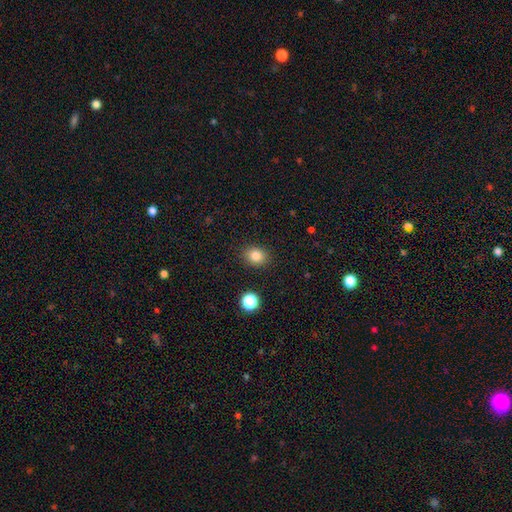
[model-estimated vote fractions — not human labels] smooth_or_featured: smooth (p=0.83) [alt: star or artifact p=0.11]
how_rounded: round (p=0.57) [alt: in between p=0.42]
merging: none (p=0.87) [alt: minor disturbance p=0.08]